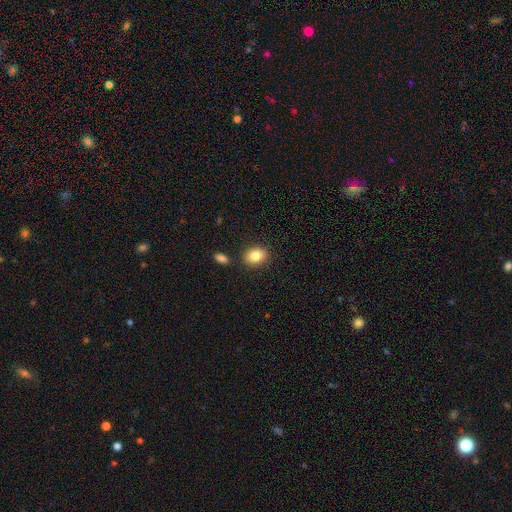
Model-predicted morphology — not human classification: Smooth or featured: smooth — 83% (star or artifact — 8%)
How rounded: in between — 63% (round — 35%)
Merging: none — 84% (minor disturbance — 9%)